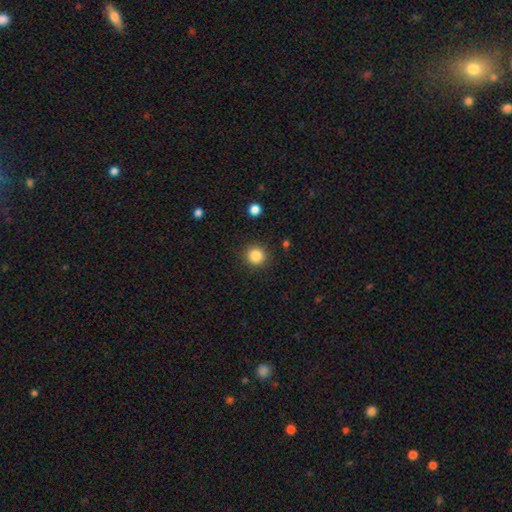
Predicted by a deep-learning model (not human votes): Morphology: type=smooth (85%); roundness=round (93%); merging=none (91%).